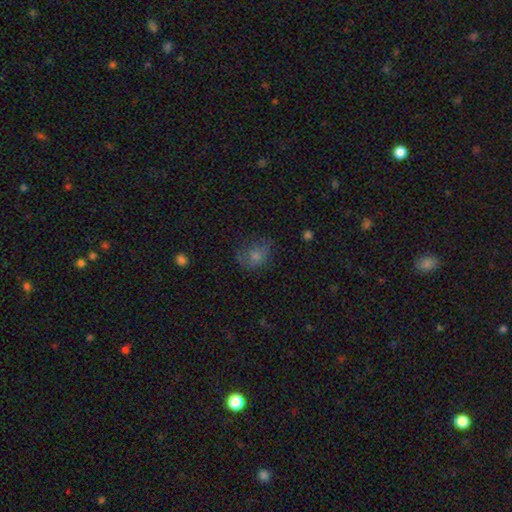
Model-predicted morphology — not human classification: Smooth or featured: smooth — 59% (featured or disk — 22%)
How rounded: round — 53% (in between — 46%)
Merging: none — 59% (minor disturbance — 25%)